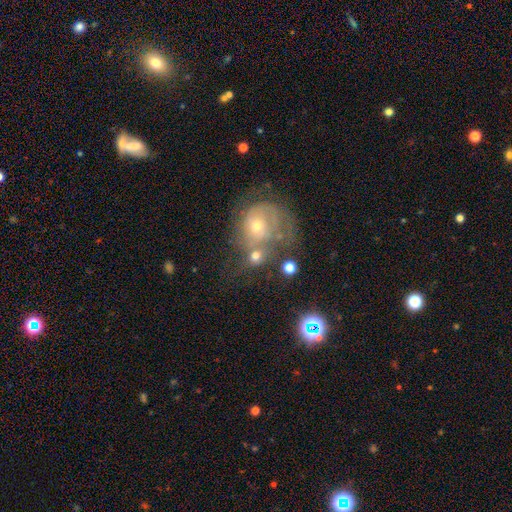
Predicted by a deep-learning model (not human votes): Smooth or featured? smooth (52%)
How rounded? round (71%)
Merging? merger (35%, tied with none)